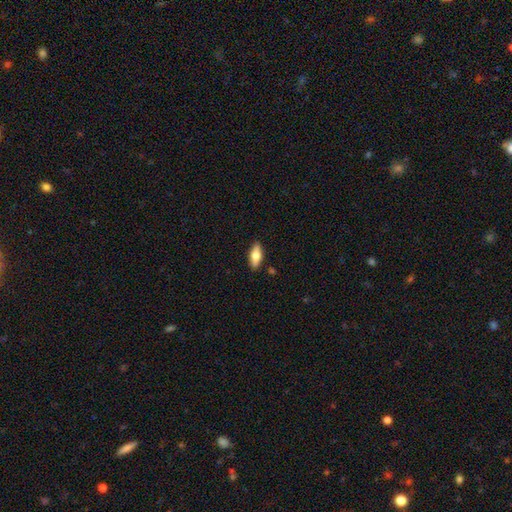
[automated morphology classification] smooth-or-featured: smooth: 66% | featured or disk: 28% | star or artifact: 6%
  how-rounded: in between: 76% | cigar-shaped: 21% | round: 3%
  merging: none: 88% | minor disturbance: 9% | major disturbance: 2% | merger: 2%